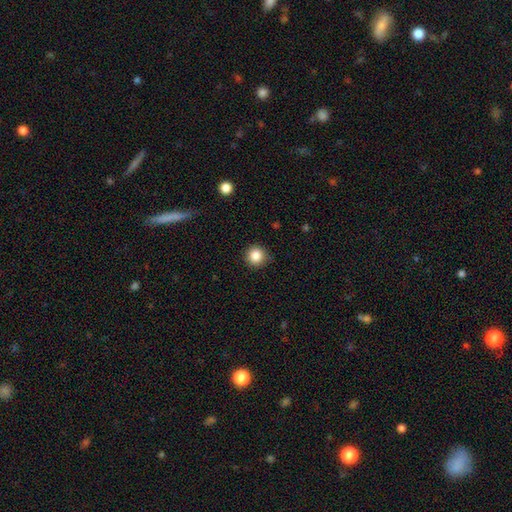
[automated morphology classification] smooth-or-featured: smooth: 86% | star or artifact: 10% | featured or disk: 4%
  how-rounded: round: 94% | in between: 5% | cigar-shaped: 1%
  merging: none: 88% | minor disturbance: 8% | major disturbance: 2% | merger: 1%